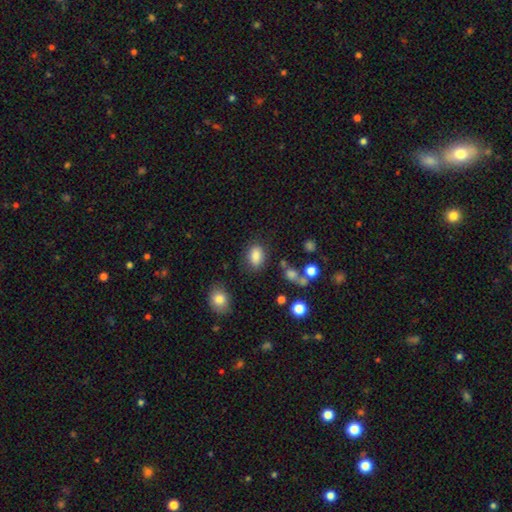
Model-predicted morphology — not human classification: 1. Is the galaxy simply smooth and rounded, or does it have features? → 84% smooth, 10% star or artifact, 6% featured or disk.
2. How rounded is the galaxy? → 77% in between, 21% round, 1% cigar-shaped.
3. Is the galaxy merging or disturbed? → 78% none, 13% minor disturbance, 4% major disturbance, 4% merger.